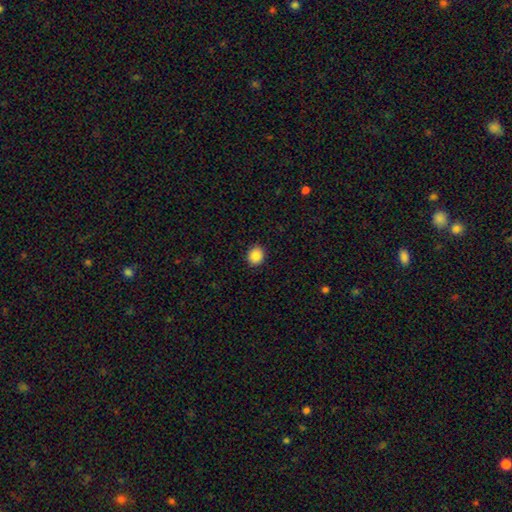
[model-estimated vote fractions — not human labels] Morphology: type=smooth (88%); roundness=round (74%); merging=none (90%).